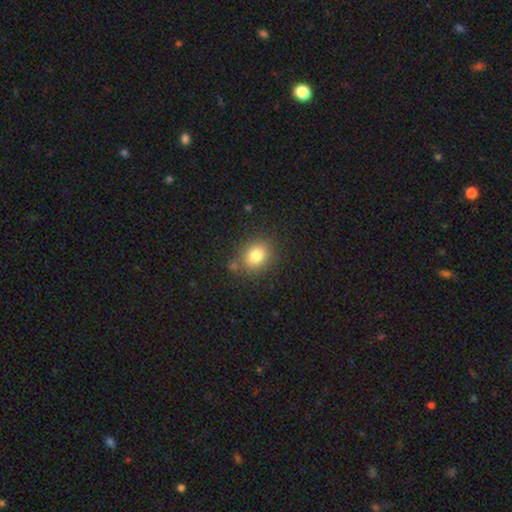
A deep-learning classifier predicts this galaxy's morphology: The model was most divided on "how rounded": round: 51%, in between: 48%, cigar-shaped: 1%. More confident: merging — none (81%); smooth or featured — smooth (81%).